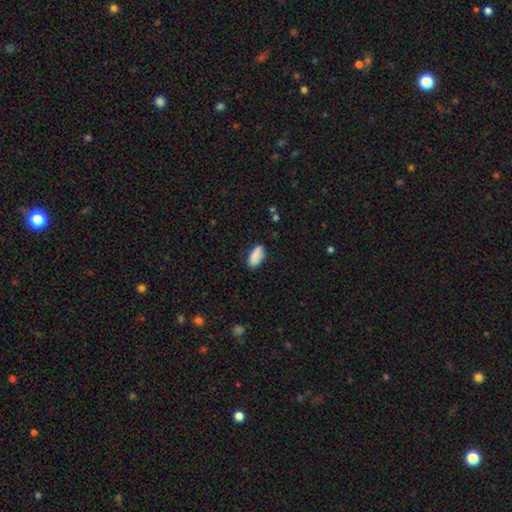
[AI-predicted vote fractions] This is clearly a smooth galaxy (87%). How rounded: clearly in between (92%). Merging: likely none (78%).